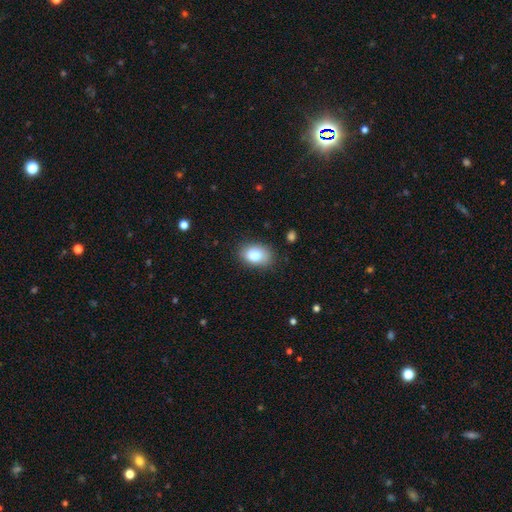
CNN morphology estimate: smooth_or_featured: smooth (p=0.82) [alt: featured or disk p=0.09]
how_rounded: in between (p=0.78) [alt: round p=0.21]
merging: none (p=0.83) [alt: minor disturbance p=0.12]